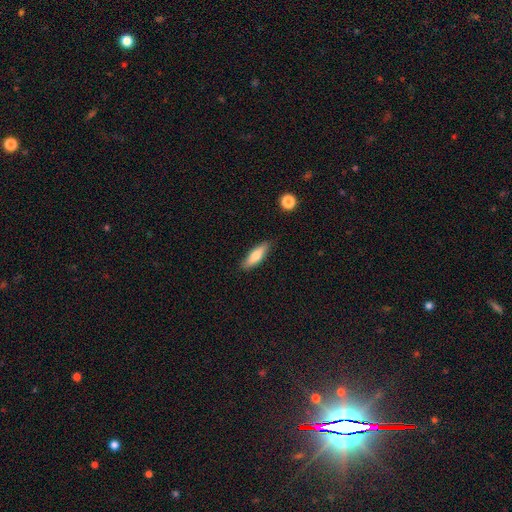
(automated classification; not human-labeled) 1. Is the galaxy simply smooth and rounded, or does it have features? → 71% smooth, 23% featured or disk, 6% star or artifact.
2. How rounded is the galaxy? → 53% cigar-shaped, 45% in between, 2% round.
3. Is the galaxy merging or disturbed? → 85% none, 12% minor disturbance, 2% major disturbance, 2% merger.